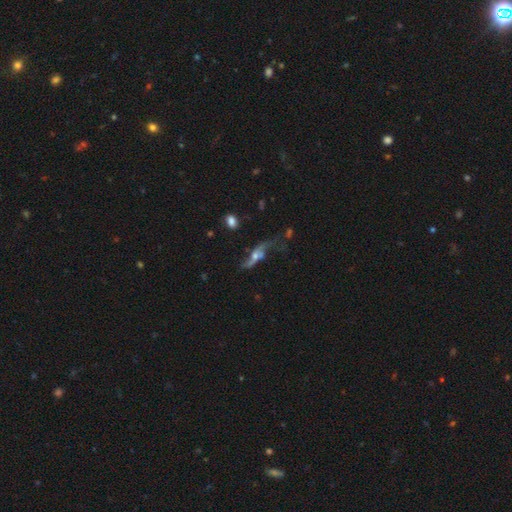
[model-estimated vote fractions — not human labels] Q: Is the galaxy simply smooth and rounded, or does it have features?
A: featured or disk — 78%.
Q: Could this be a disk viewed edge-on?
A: no — 82%.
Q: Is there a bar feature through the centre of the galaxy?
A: no — 65%.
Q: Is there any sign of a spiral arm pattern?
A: yes — 88%.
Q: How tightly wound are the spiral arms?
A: loose — 91%.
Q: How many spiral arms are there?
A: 2 — 88%.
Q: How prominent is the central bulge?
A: moderate — 49%.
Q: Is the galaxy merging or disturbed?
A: none — 45%.